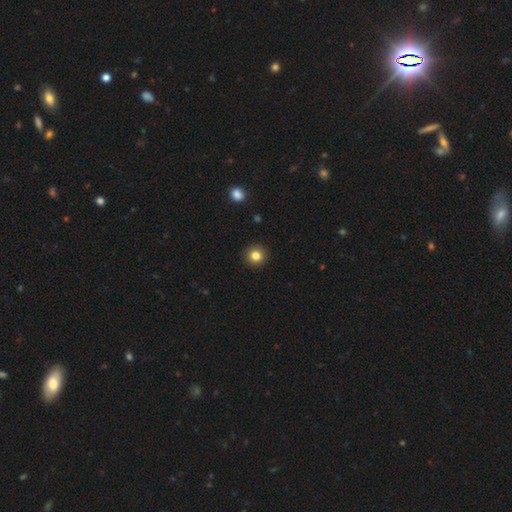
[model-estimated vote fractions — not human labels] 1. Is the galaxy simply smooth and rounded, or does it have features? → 83% smooth, 12% star or artifact, 6% featured or disk.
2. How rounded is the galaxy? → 94% round, 5% in between, 1% cigar-shaped.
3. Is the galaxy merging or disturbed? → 93% none, 5% minor disturbance, 2% major disturbance, 1% merger.